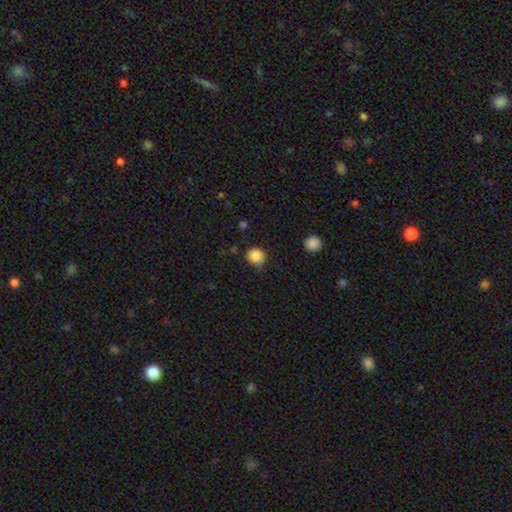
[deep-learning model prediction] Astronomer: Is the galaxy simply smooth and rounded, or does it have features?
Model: smooth — 86%.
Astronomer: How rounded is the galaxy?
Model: round — 83%.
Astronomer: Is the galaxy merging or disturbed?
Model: none — 66%.